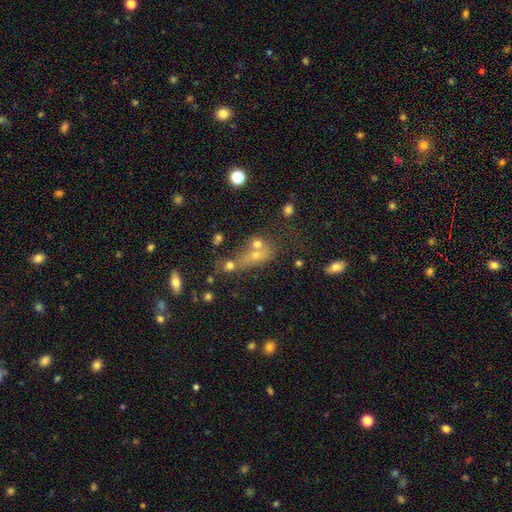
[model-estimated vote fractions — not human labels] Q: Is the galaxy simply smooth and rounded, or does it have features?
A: smooth — 52%.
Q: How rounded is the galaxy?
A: in between — 54%.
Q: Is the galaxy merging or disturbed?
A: merger — 43%.